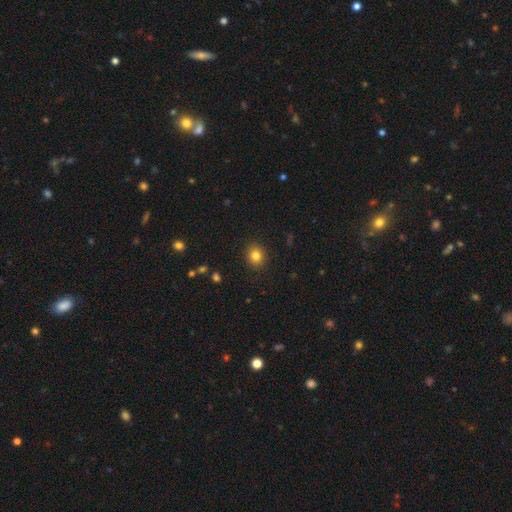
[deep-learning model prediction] Smooth or featured: smooth — 83% (star or artifact — 11%)
How rounded: round — 74% (in between — 25%)
Merging: none — 90% (minor disturbance — 7%)